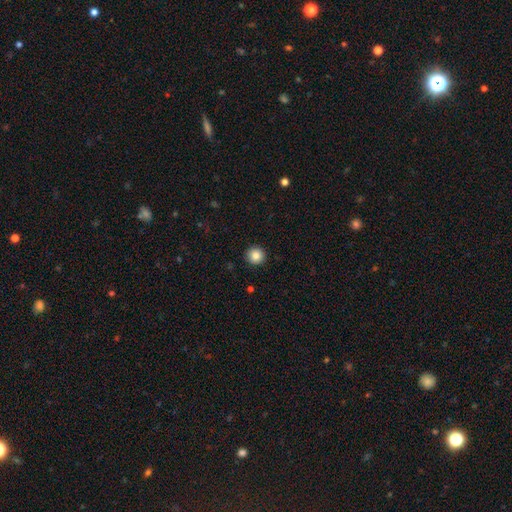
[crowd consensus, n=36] Smooth or featured? 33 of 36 (92%) said smooth. How rounded? 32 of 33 (97%) said round. Merging? 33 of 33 (100%) said none.